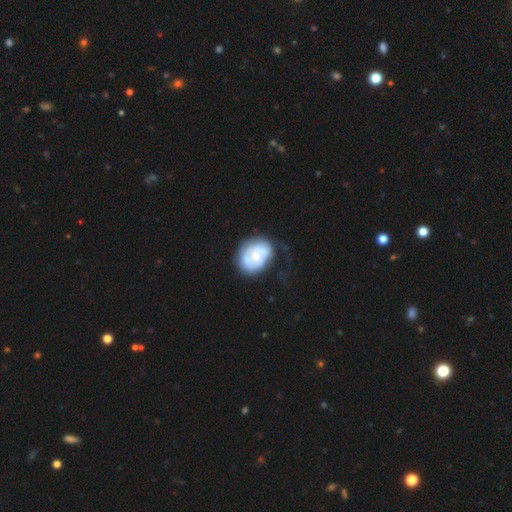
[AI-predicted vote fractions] A featured or disk galaxy (55%) with no bar (80%), spiral arms (55%) and a small central bulge (54%).

Vote fractions:
- Smooth or featured? featured or disk: 55% / smooth: 39% / star or artifact: 6%
- Edge-on disk? no: 97% / yes: 3%
- Bar? no: 80% / weak: 16% / strong: 3%
- Spiral arms? yes: 55% / no: 45%
- Bulge size? small: 54% / moderate: 36% / none: 4% / large: 4% / dominant: 1%
- Merging? none: 47% / minor disturbance: 30% / major disturbance: 18% / merger: 5%